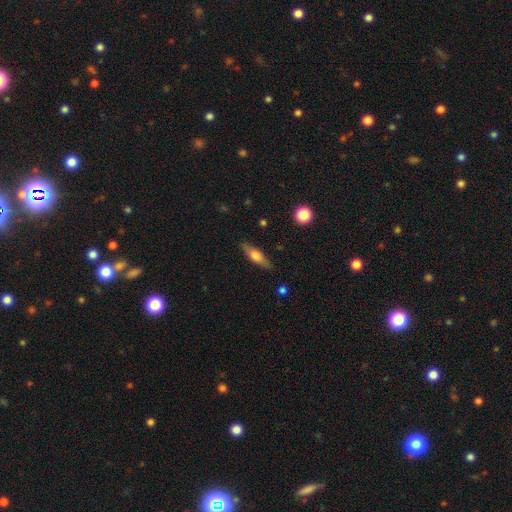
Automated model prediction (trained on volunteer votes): Q: Smooth or featured?
A: smooth (52%); runner-up: featured or disk (41%)
Q: How rounded?
A: cigar-shaped (53%); runner-up: in between (44%)
Q: Merging?
A: none (86%); runner-up: minor disturbance (10%)